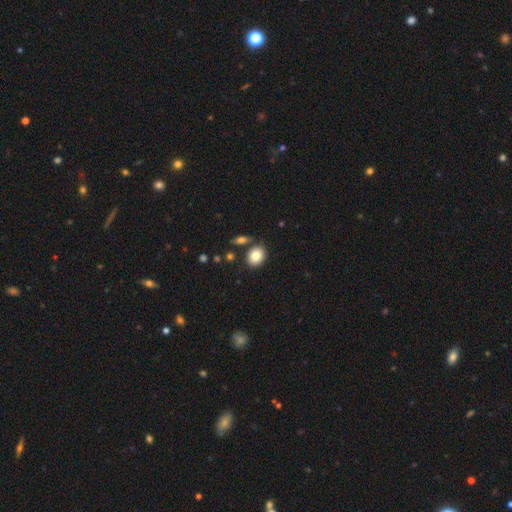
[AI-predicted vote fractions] This appears to be a smooth galaxy with no disk features (83%) that is in between round and cigar-shaped (56%). Merging: none (77%).